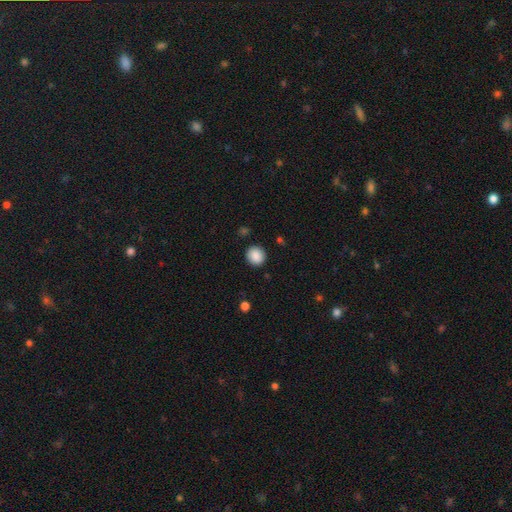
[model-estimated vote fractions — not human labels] Smooth or featured: smooth — 88% (star or artifact — 8%)
How rounded: round — 88% (in between — 11%)
Merging: none — 89% (minor disturbance — 7%)